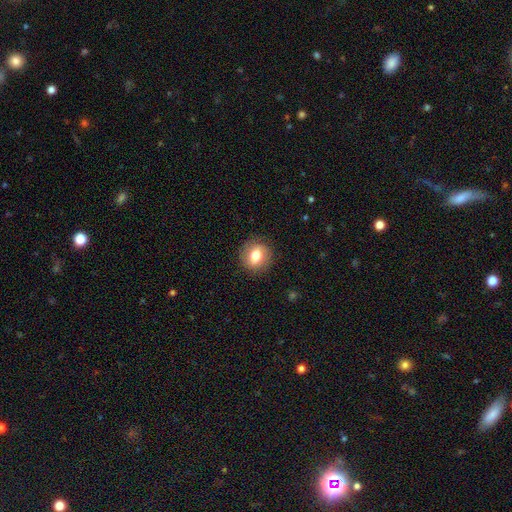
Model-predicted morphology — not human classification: This appears to be a smooth galaxy with no disk features (75%) that is round (70%). Merging: none (87%).